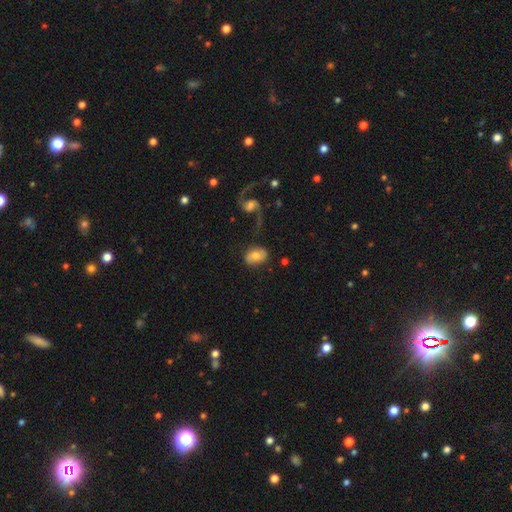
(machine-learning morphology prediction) Smooth or featured: smooth — 51% (featured or disk — 41%)
How rounded: in between — 74% (round — 25%)
Merging: none — 70% (minor disturbance — 17%)